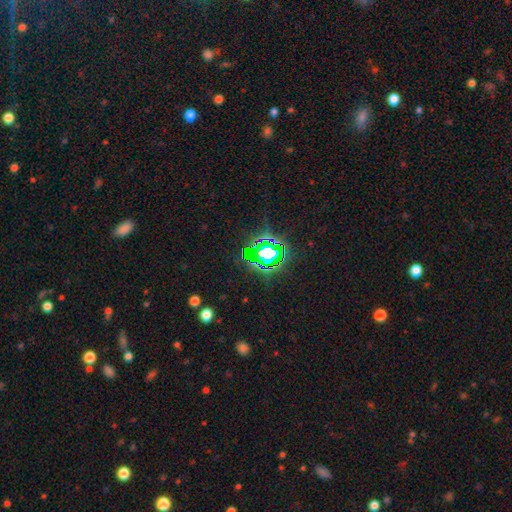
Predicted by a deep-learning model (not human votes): Morphology: type=star or artifact (72%).